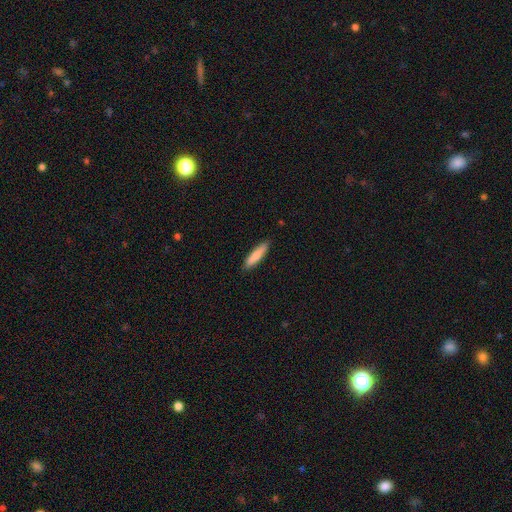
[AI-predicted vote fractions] The model was most divided on "how rounded": cigar-shaped: 79%, in between: 20%, round: 1%. More confident: merging — none (88%); smooth or featured — smooth (79%).